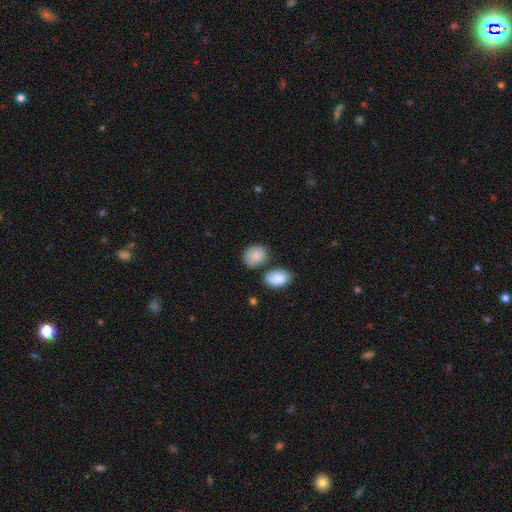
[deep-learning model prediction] Smooth or featured?
  - smooth: 86% *
  - featured or disk: 7%
  - star or artifact: 7%
How rounded?
  - round: 50% *
  - in between: 49%
  - cigar-shaped: 1%
Merging?
  - none: 66% *
  - minor disturbance: 17%
  - merger: 13%
  - major disturbance: 4%